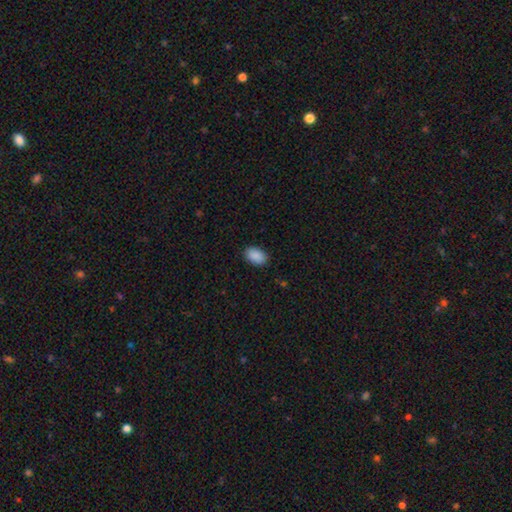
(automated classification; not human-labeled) A smooth galaxy with no disk features (91%) that is in between round and cigar-shaped (90%). Merging: none (88%).